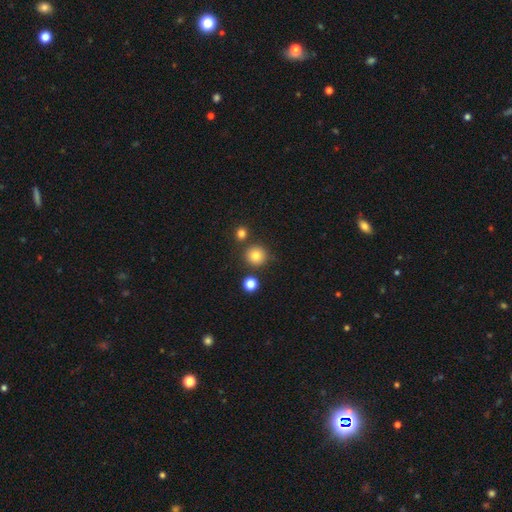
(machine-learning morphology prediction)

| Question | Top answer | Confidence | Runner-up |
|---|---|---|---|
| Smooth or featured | smooth | 79% | star or artifact (13%) |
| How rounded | round | 92% | in between (7%) |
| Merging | none | 82% | minor disturbance (8%) |